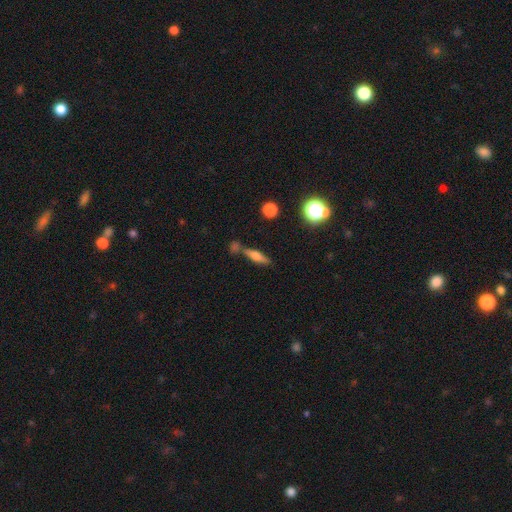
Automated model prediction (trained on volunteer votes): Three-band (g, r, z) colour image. It shows a smooth galaxy with no disk features (54%) that is cigar-shaped (64%). Merging: none (64%).